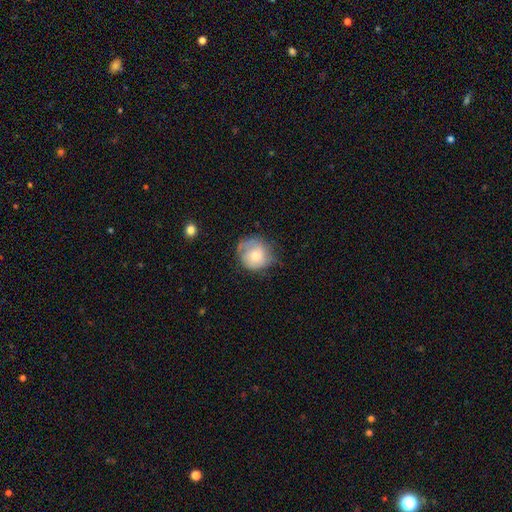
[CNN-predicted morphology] smooth_or_featured: smooth (p=0.63) [alt: featured or disk p=0.30]
how_rounded: round (p=0.80) [alt: in between p=0.19]
merging: none (p=0.51) [alt: minor disturbance p=0.33]